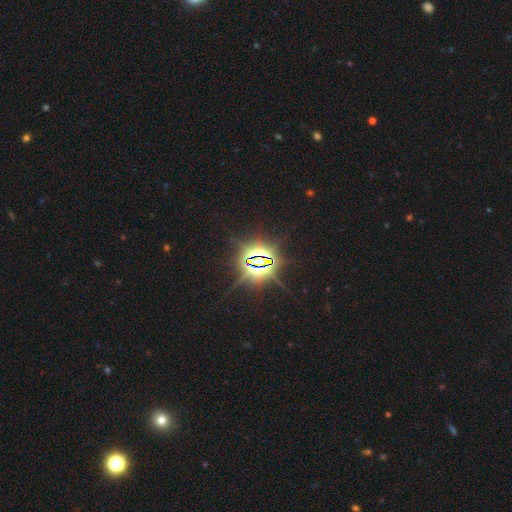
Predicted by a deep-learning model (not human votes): The model was most divided on "smooth or featured": star or artifact: 85%, smooth: 8%, featured or disk: 7%.